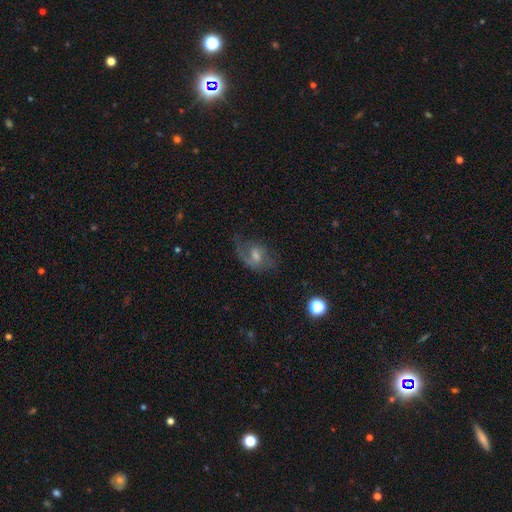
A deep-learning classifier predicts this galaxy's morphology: featured or disk 63%, smooth 26%, star or artifact 11%. Down the decision tree: edge-on disk — no (96%); bar — weak (48%); spiral arms — yes (84%); spiral arm count — 2 (53%); spiral winding — medium (42%, tied with loose); bulge size — moderate (47%); merging — none (52%).